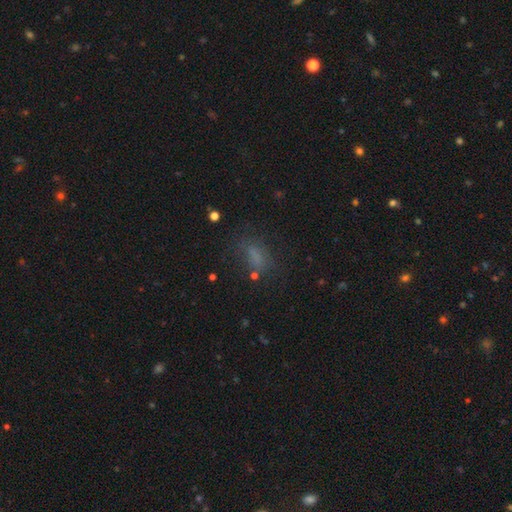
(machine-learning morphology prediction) Smooth or featured: smooth — 66% (star or artifact — 21%)
How rounded: in between — 76% (round — 14%)
Merging: none — 61% (minor disturbance — 20%)